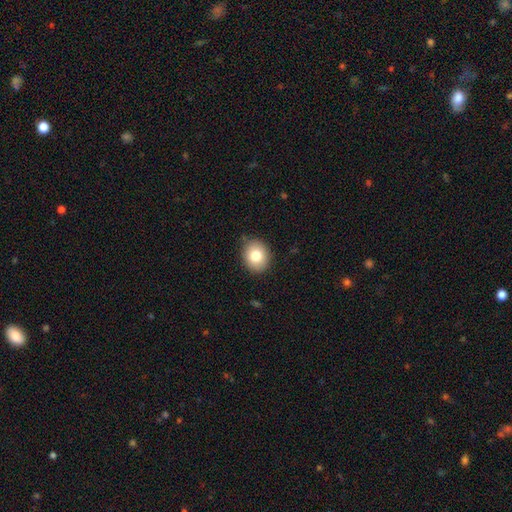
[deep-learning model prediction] Morphology: type=smooth (80%); roundness=round (64%); merging=none (84%).